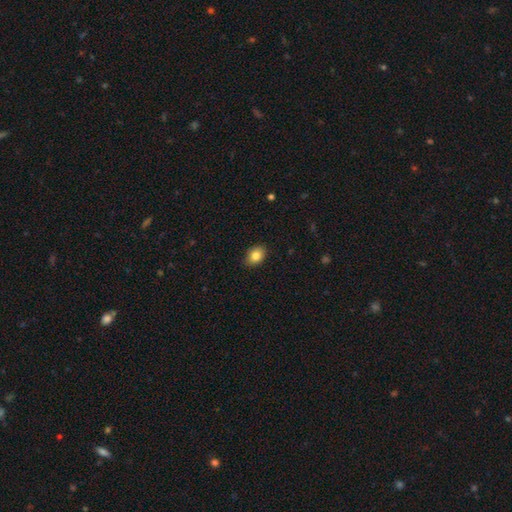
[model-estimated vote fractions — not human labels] This appears to be a smooth galaxy with no disk features (84%) that is in between round and cigar-shaped (70%). Merging: none (87%).